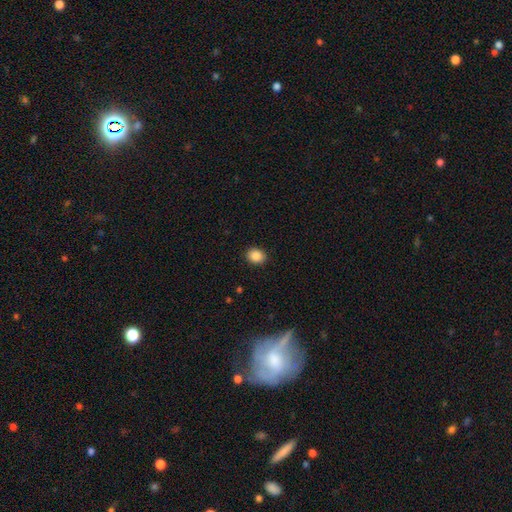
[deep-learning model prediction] This appears to be a smooth galaxy with no disk features (88%) that is round (56%). Merging: none (90%).